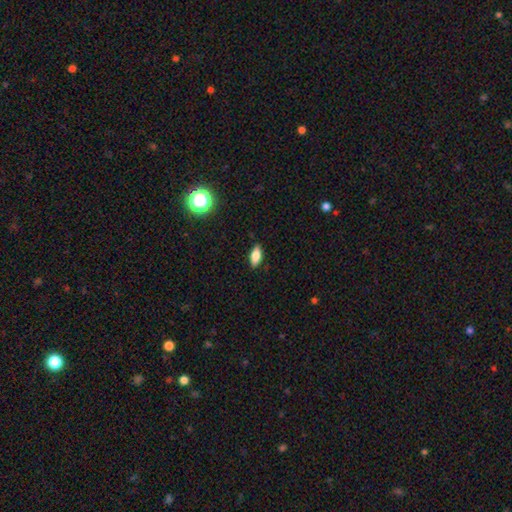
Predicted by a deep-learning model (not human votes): smooth 74%, featured or disk 17%, star or artifact 9%. Down the decision tree: how rounded — in between (81%); merging — none (86%).